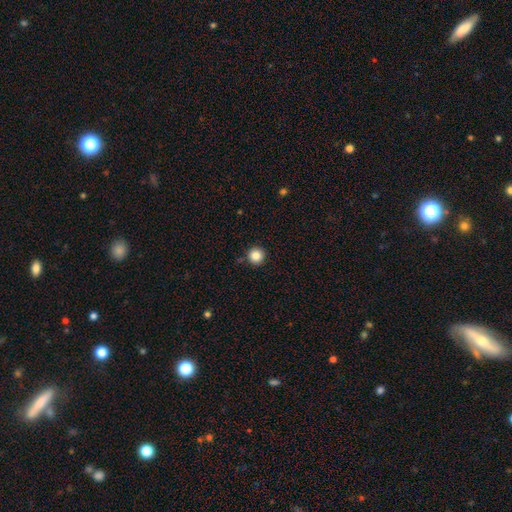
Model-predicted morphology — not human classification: Smooth or featured? smooth (86%)
How rounded? round (96%)
Merging? none (91%)